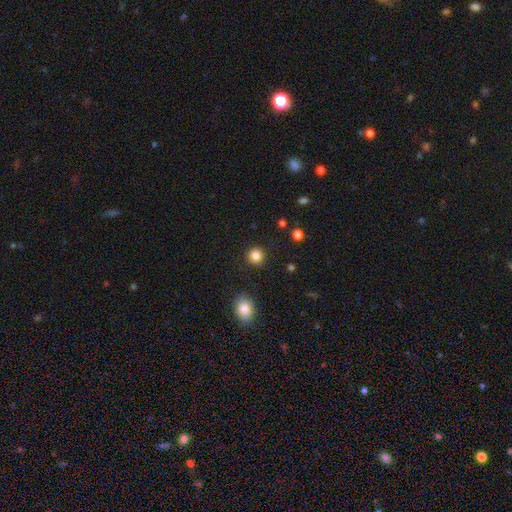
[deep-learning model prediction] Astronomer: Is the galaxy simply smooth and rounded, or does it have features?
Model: smooth — 85%.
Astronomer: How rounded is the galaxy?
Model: round — 92%.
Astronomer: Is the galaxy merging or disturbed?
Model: none — 91%.